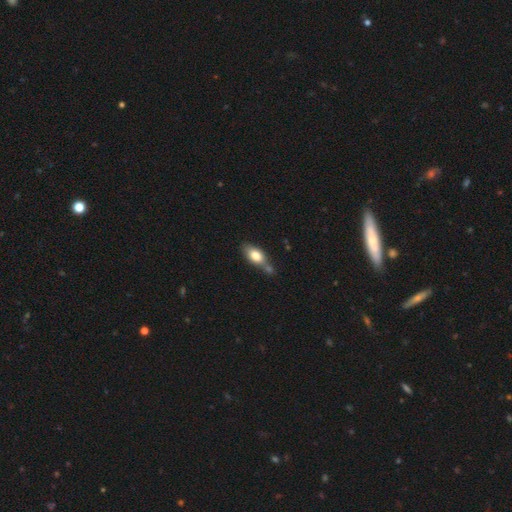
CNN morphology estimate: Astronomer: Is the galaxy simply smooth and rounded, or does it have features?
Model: smooth — 76%.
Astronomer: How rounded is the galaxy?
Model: in between — 85%.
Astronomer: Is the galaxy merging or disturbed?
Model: none — 49% (runner-up: merger, 26%).